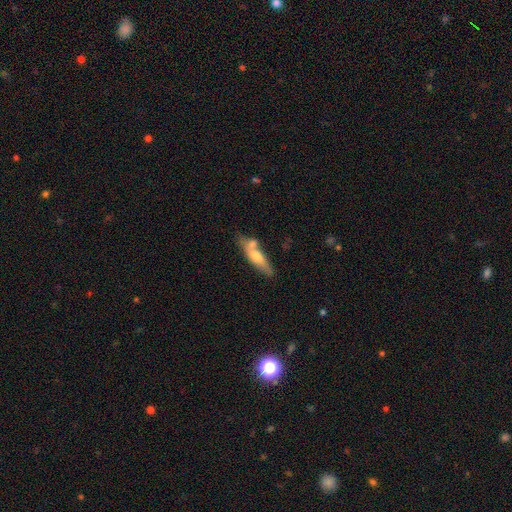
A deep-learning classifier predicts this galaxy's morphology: Q: Smooth or featured?
A: smooth (56%); runner-up: featured or disk (38%)
Q: How rounded?
A: cigar-shaped (64%); runner-up: in between (33%)
Q: Merging?
A: none (52%); runner-up: merger (26%)